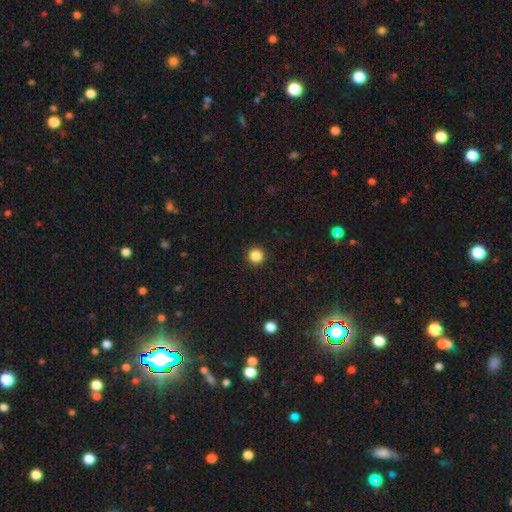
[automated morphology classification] smooth 86%, star or artifact 11%, featured or disk 3%. Down the decision tree: how rounded — round (96%); merging — none (93%).